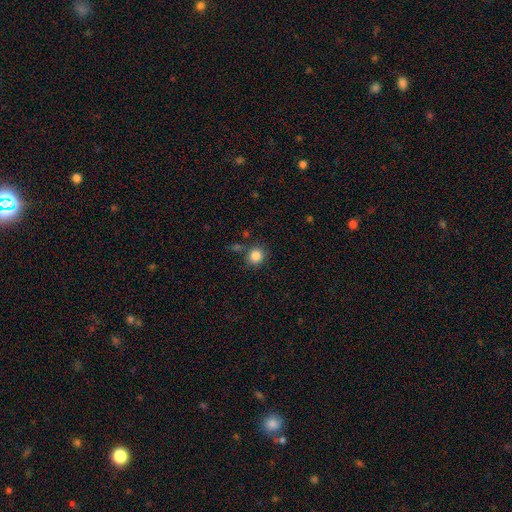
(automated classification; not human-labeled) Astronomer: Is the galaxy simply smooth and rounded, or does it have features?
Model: smooth — 84%.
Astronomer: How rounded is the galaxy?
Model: round — 82%.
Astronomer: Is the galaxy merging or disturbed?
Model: none — 79%.